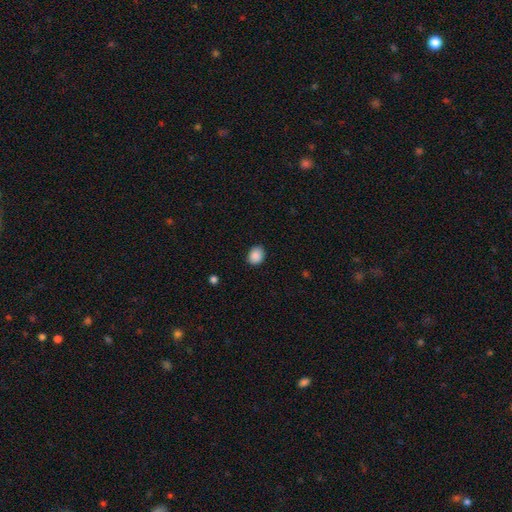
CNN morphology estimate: Smooth or featured? Predicted: smooth (p=0.89). How rounded? Predicted: in between (p=0.54). Merging? Predicted: none (p=0.86).